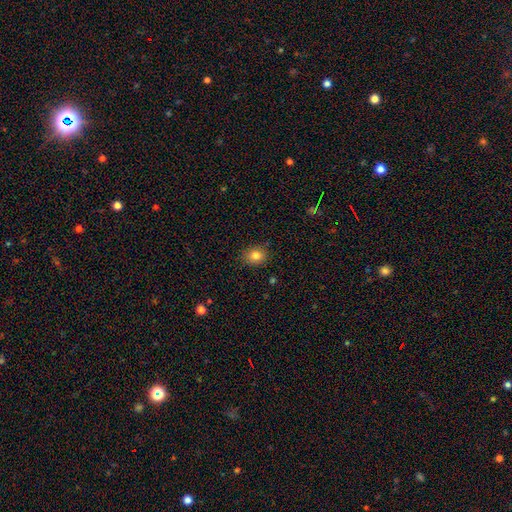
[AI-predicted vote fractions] Q: Smooth or featured?
A: smooth (81%); runner-up: star or artifact (11%)
Q: How rounded?
A: round (60%); runner-up: in between (39%)
Q: Merging?
A: none (88%); runner-up: minor disturbance (9%)